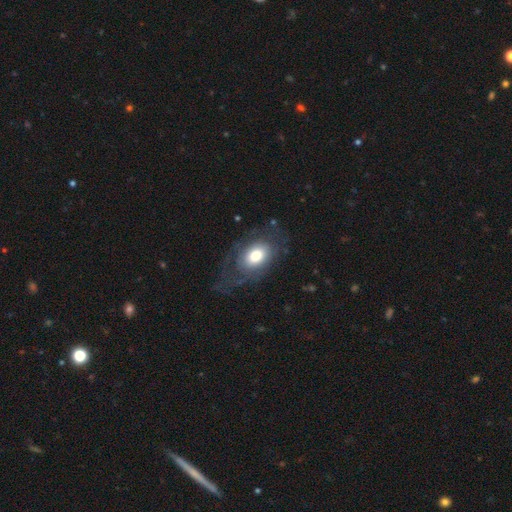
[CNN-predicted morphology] smooth 51%, featured or disk 41%, star or artifact 8%. Down the decision tree: how rounded — in between (81%); merging — none (58%).